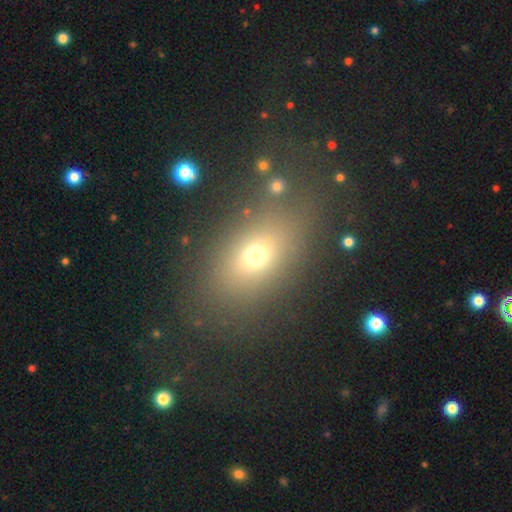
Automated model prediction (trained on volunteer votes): Morphology: type=smooth (67%); roundness=in between (74%); merging=none (78%).